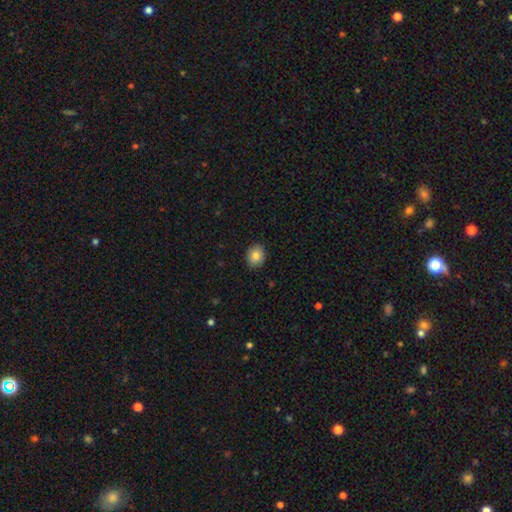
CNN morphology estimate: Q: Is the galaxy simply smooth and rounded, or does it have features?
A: smooth — 83%.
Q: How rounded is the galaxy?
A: round — 52%.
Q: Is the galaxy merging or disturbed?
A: none — 89%.